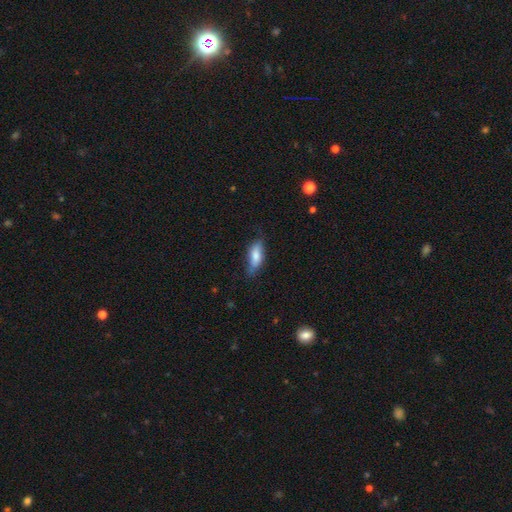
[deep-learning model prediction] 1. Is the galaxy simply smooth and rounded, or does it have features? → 77% smooth, 17% featured or disk, 6% star or artifact.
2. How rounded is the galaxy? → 72% in between, 25% cigar-shaped, 2% round.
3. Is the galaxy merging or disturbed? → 70% none, 24% minor disturbance, 5% major disturbance, 1% merger.